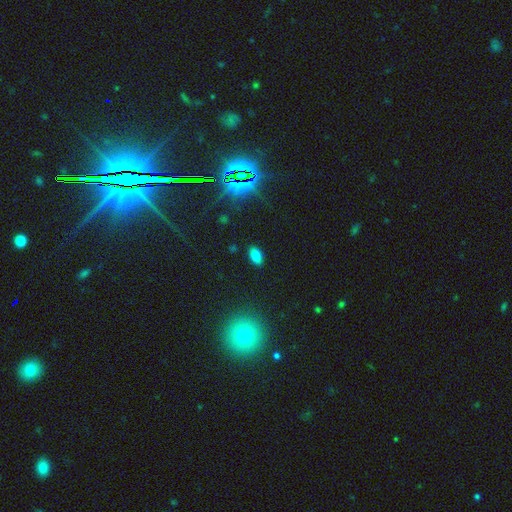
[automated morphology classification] The model was most divided on "smooth or featured": smooth: 78%, star or artifact: 15%, featured or disk: 7%. More confident: how rounded — in between (90%); merging — none (88%).